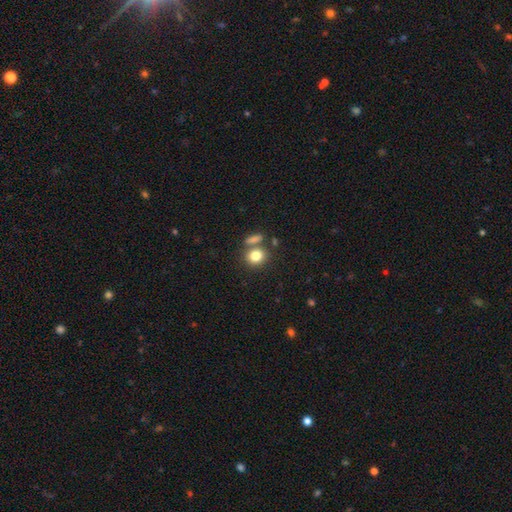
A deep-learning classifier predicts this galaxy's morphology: This is clearly a smooth galaxy (81%). How rounded: likely round (70%). Merging: likely none (64%).